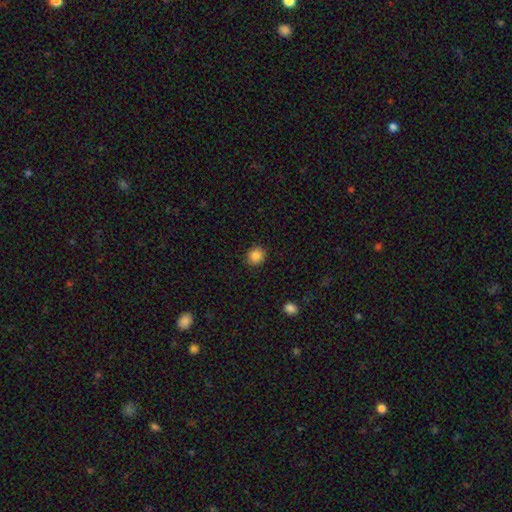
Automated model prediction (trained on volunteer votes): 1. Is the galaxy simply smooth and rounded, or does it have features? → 87% smooth, 10% star or artifact, 3% featured or disk.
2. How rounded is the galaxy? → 87% round, 12% in between, 1% cigar-shaped.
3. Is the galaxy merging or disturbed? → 91% none, 6% minor disturbance, 2% major disturbance, 1% merger.